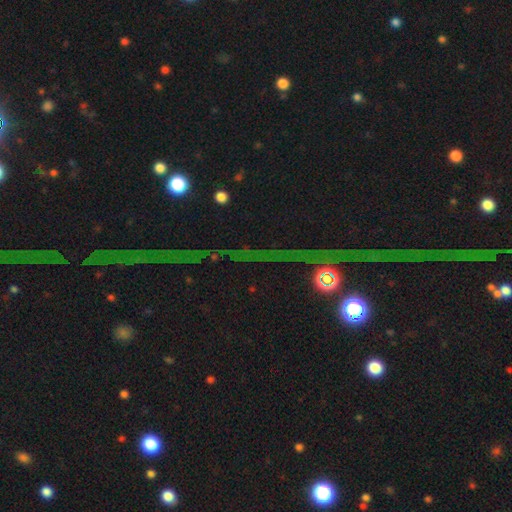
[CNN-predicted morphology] Smooth or featured: star or artifact — 76% (featured or disk — 13%)